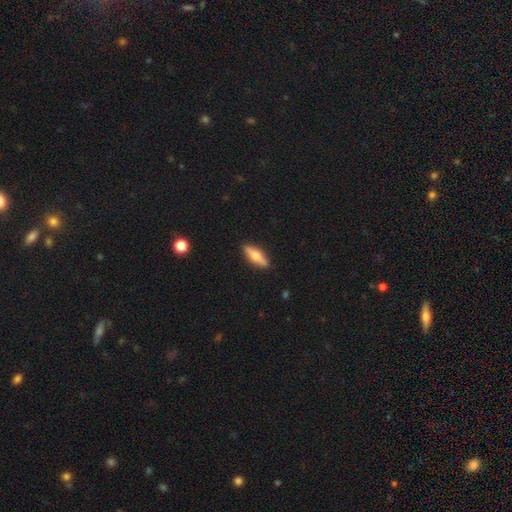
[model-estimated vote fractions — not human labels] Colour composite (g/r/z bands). It shows a smooth galaxy with no disk features (47%, tied with featured or disk). Merging: none (88%).